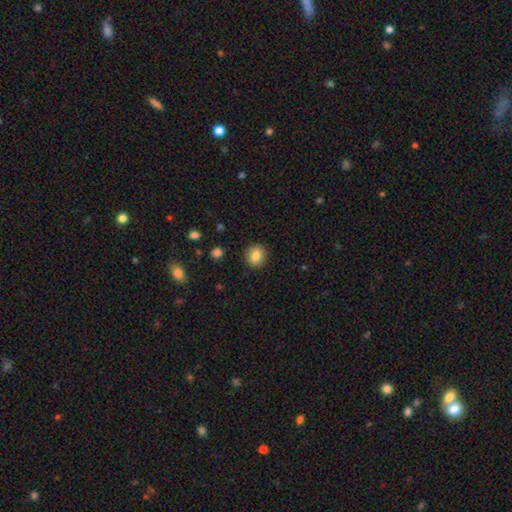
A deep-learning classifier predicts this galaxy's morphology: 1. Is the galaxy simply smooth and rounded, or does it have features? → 82% smooth, 9% star or artifact, 9% featured or disk.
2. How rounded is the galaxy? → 83% round, 17% in between, 1% cigar-shaped.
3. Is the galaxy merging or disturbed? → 90% none, 7% minor disturbance, 2% major disturbance, 1% merger.